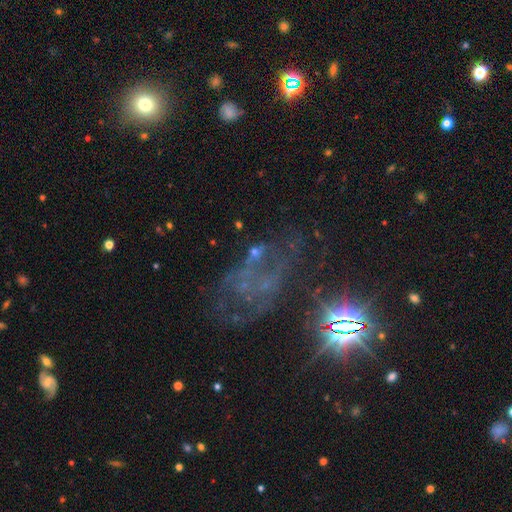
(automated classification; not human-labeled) featured or disk 47%, star or artifact 35%, smooth 18%. Down the decision tree: merging — none (41%).